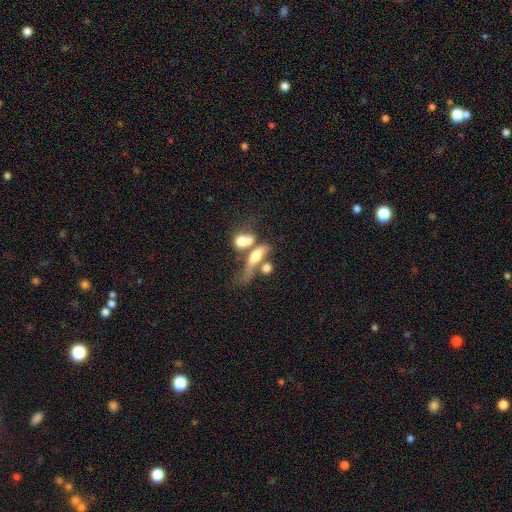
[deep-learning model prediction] Smooth or featured? Predicted: smooth (p=0.54). How rounded? Predicted: in between (p=0.53). Merging? Predicted: merger (p=0.58).